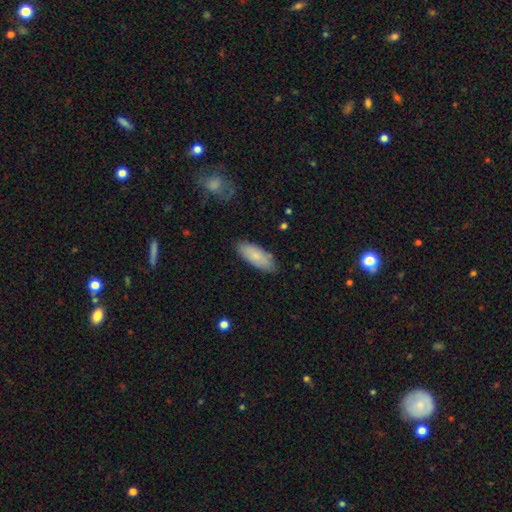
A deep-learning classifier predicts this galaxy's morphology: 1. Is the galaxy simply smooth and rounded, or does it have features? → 81% smooth, 13% featured or disk, 6% star or artifact.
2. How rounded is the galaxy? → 77% in between, 21% cigar-shaped, 2% round.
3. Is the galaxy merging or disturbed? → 84% none, 13% minor disturbance, 2% major disturbance, 1% merger.